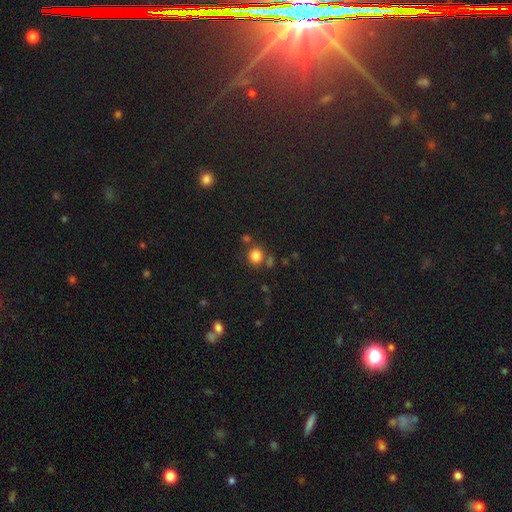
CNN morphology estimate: This is clearly a smooth galaxy (82%). How rounded: clearly round (81%). Merging: likely none (75%).